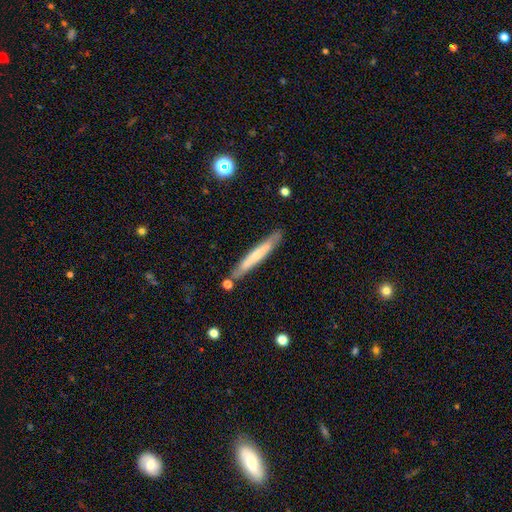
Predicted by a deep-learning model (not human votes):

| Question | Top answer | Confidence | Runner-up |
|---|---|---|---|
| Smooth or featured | smooth | 50% | featured or disk (44%) |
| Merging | none | 81% | minor disturbance (12%) |